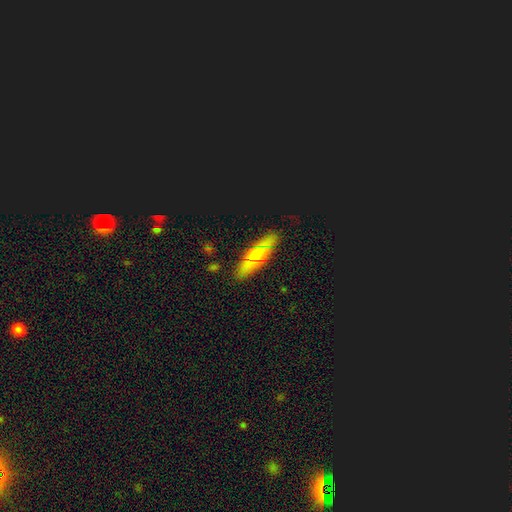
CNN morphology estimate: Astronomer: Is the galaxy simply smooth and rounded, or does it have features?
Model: smooth — 58%.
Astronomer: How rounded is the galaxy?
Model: cigar-shaped — 66%.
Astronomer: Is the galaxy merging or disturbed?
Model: none — 86%.